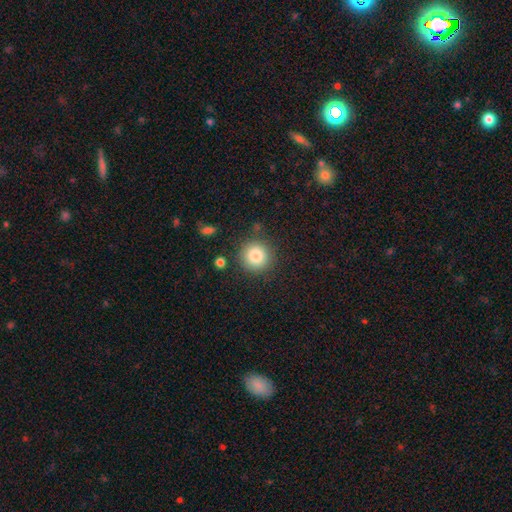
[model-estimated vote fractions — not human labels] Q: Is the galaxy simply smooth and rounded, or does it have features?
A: smooth — 83%.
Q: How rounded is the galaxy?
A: round — 94%.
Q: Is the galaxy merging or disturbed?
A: none — 86%.